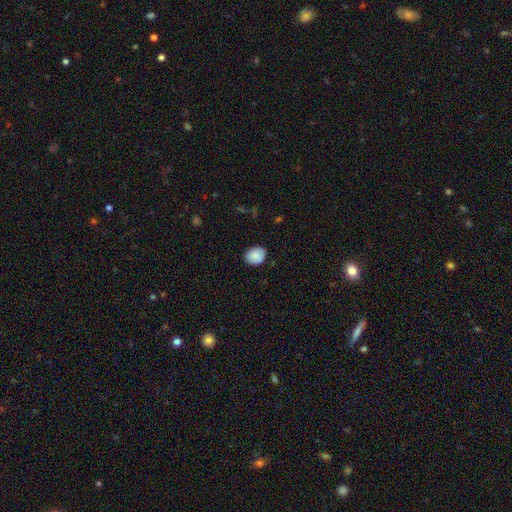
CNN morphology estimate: smooth 86%, star or artifact 7%, featured or disk 6%. Down the decision tree: how rounded — in between (53%); merging — none (83%).